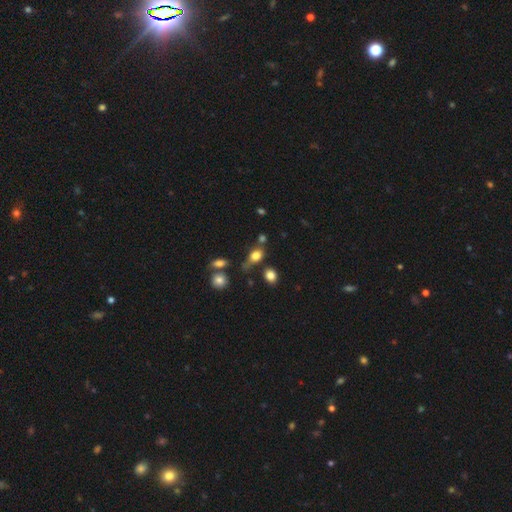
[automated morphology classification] This appears to be a smooth galaxy with no disk features (78%) that is in between round and cigar-shaped (62%). Merging: none (52%).